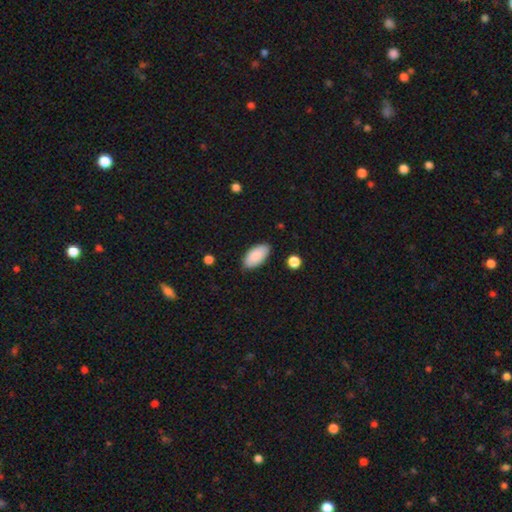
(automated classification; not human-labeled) This appears to be a smooth galaxy with no disk features (88%) that is in between round and cigar-shaped (95%). Merging: none (85%).